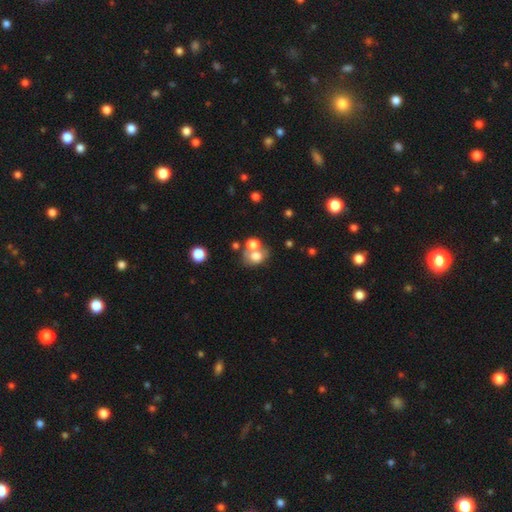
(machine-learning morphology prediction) Smooth or featured? smooth (70%)
How rounded? round (52%)
Merging? merger (43%)